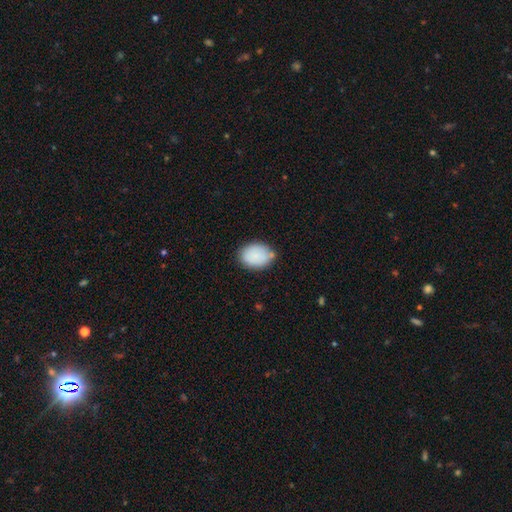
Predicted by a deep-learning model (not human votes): Overall: smooth (86%). How rounded: in between (72%). Merging: none (68%).